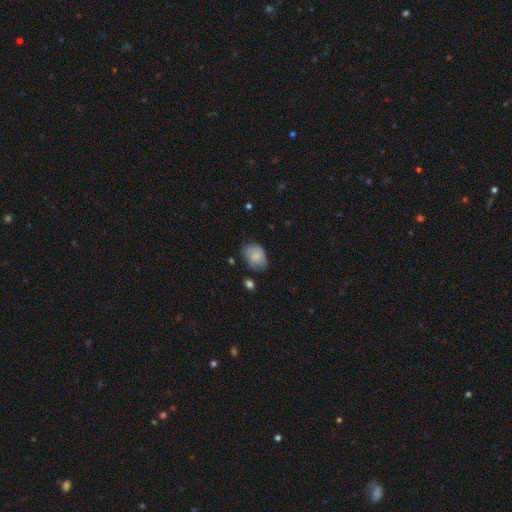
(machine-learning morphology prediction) A smooth galaxy with no disk features (68%) that is in between round and cigar-shaped (65%). Merging: none (56%).